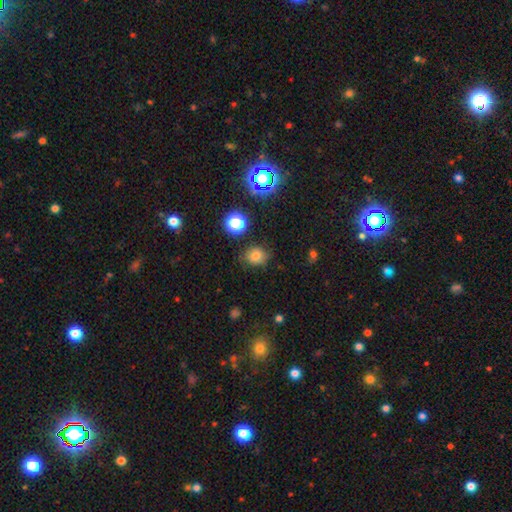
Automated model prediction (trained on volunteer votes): This is likely a smooth galaxy (72%). How rounded: likely round (64%). Merging: likely none (75%).